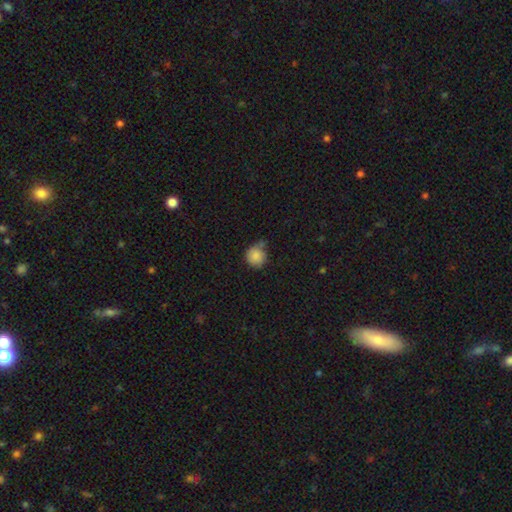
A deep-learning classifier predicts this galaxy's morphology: A smooth galaxy with no disk features (86%) that is round (89%). Merging: none (54%).